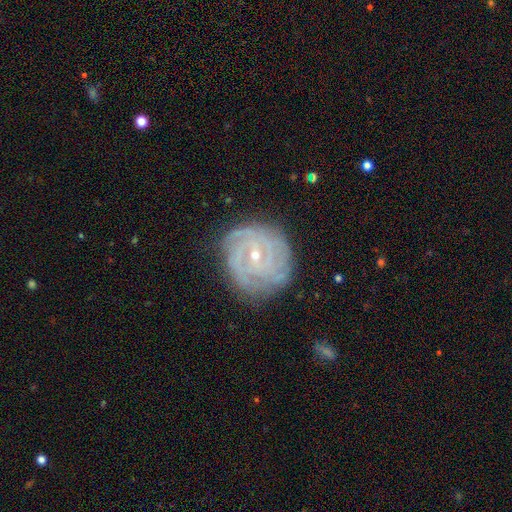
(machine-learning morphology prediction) Smooth or featured? Predicted: featured or disk (p=0.86). Edge-on disk? Predicted: no (p=0.97). Bar? Predicted: no (p=0.45). Spiral arms? Predicted: yes (p=0.96). Spiral winding? Predicted: tight (p=0.81). Spiral arm count? Predicted: can't tell (p=0.28). Bulge size? Predicted: small (p=0.71). Merging? Predicted: none (p=0.79).